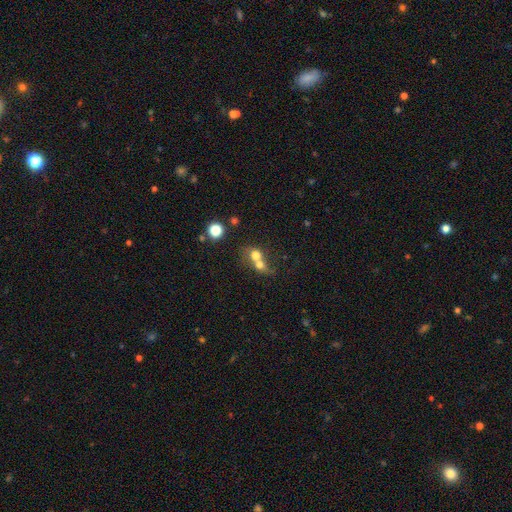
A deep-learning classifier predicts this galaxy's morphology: Q: Smooth or featured?
A: smooth (67%); runner-up: featured or disk (20%)
Q: How rounded?
A: round (70%); runner-up: in between (28%)
Q: Merging?
A: merger (70%); runner-up: none (19%)